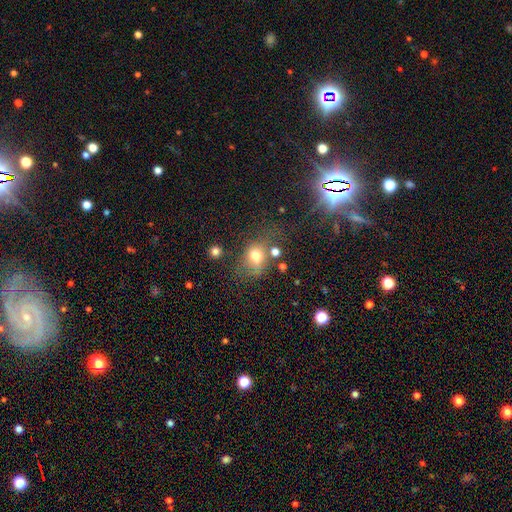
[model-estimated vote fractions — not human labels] Smooth or featured? Predicted: smooth (p=0.71). How rounded? Predicted: round (p=0.54). Merging? Predicted: none (p=0.49).